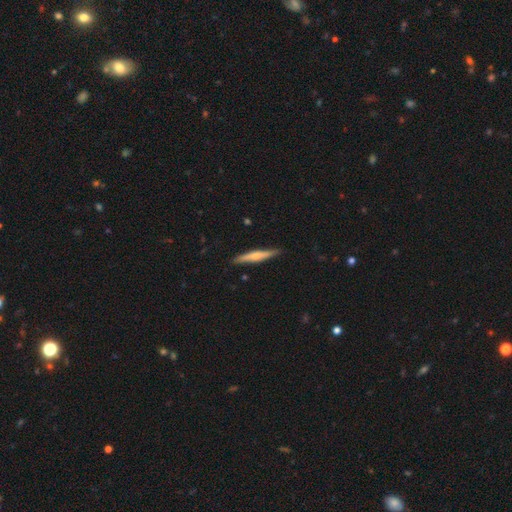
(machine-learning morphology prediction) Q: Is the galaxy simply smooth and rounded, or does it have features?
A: smooth — 53%.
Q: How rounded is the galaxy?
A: cigar-shaped — 93%.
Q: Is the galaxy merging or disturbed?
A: none — 88%.